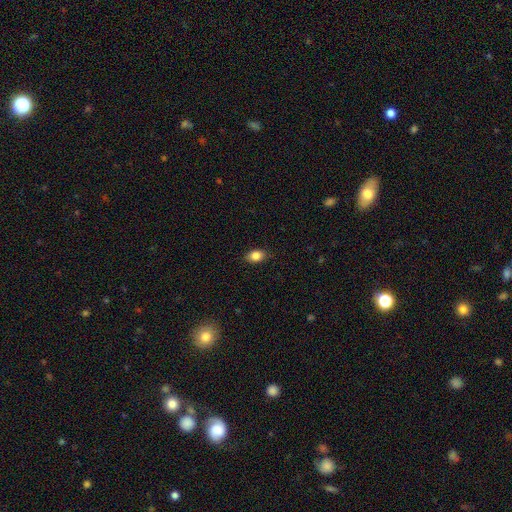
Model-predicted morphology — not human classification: Overall: smooth (85%). How rounded: in between (80%). Merging: none (86%).